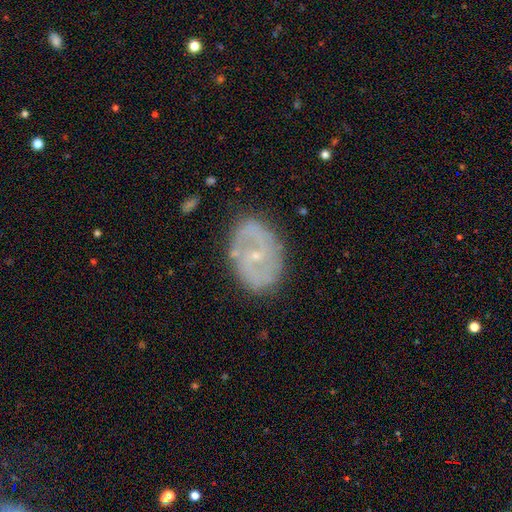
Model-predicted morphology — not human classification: This appears to be a featured or disk galaxy (72%) with no bar (57%), spiral arms (71%) and a small central bulge (78%). Merging: none (76%).